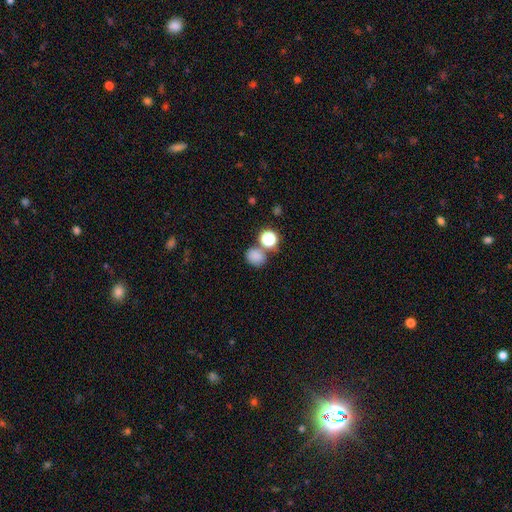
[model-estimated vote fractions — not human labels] A smooth galaxy with no disk features (79%) that is round (71%). Merging: none (63%).